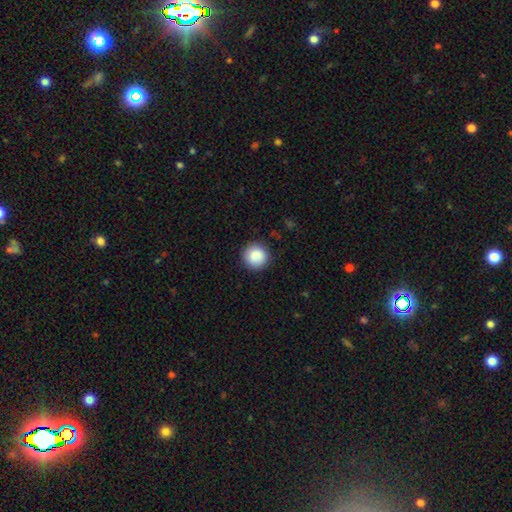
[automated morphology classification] smooth_or_featured: smooth (p=0.88) [alt: star or artifact p=0.08]
how_rounded: round (p=0.95) [alt: in between p=0.04]
merging: none (p=0.89) [alt: minor disturbance p=0.07]